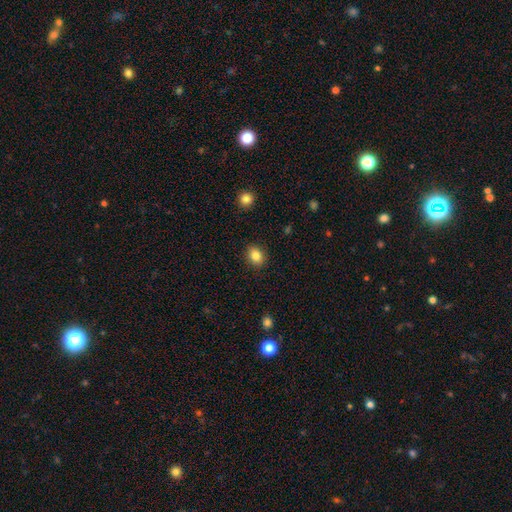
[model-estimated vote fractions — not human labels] smooth 85%, star or artifact 9%, featured or disk 6%. Down the decision tree: how rounded — in between (53%); merging — none (89%).